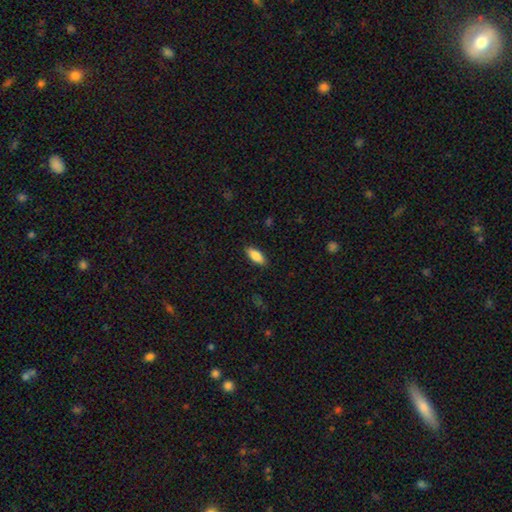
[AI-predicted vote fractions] Smooth or featured? Predicted: smooth (p=0.84). How rounded? Predicted: in between (p=0.78). Merging? Predicted: none (p=0.88).